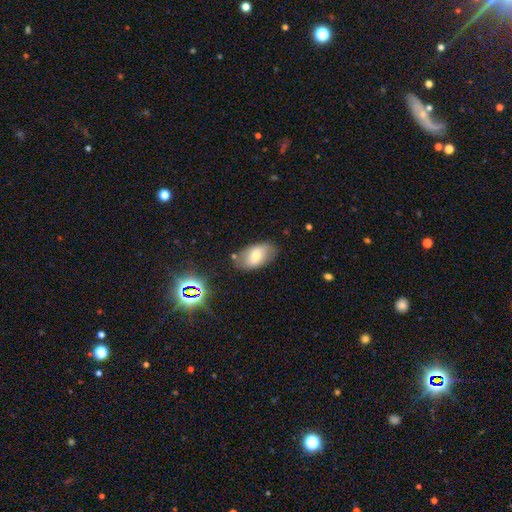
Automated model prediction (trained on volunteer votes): Smooth or featured? smooth (64%)
How rounded? in between (92%)
Merging? none (77%)